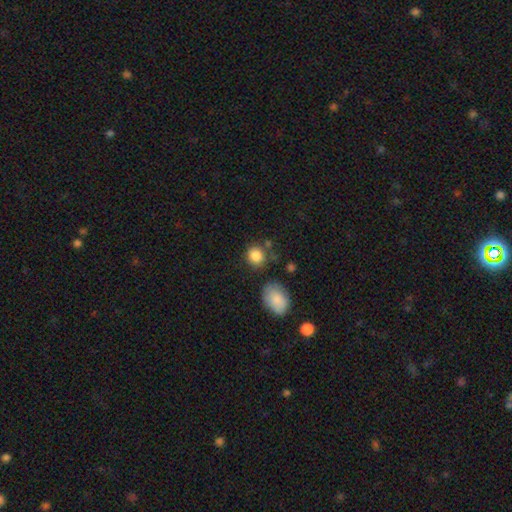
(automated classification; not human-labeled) This appears to be a smooth galaxy with no disk features (86%) that is round (77%). Merging: none (72%).